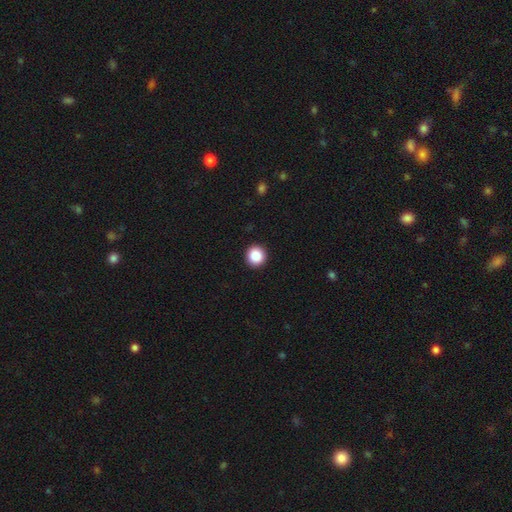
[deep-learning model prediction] smooth 88%, star or artifact 9%, featured or disk 3%. Down the decision tree: how rounded — round (95%); merging — none (93%).